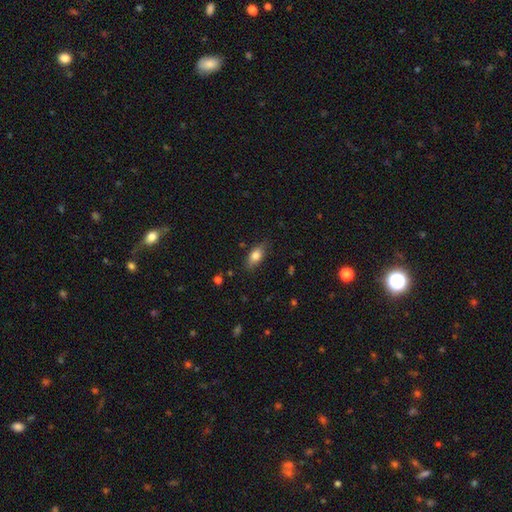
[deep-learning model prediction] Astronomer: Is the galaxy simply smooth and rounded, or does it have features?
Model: smooth — 77%.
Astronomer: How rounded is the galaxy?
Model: in between — 84%.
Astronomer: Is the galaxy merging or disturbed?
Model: none — 81%.